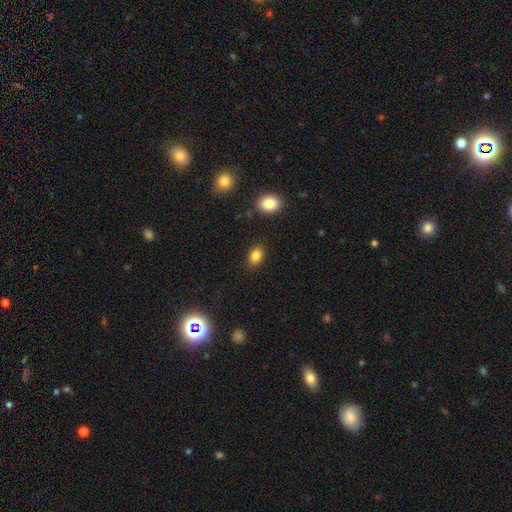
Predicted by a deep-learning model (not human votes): A smooth galaxy with no disk features (84%) that is in between round and cigar-shaped (78%).

Vote fractions:
- Smooth or featured? smooth: 84% / star or artifact: 10% / featured or disk: 6%
- How rounded? in between: 78% / round: 20% / cigar-shaped: 1%
- Merging? none: 85% / minor disturbance: 10% / major disturbance: 3% / merger: 2%